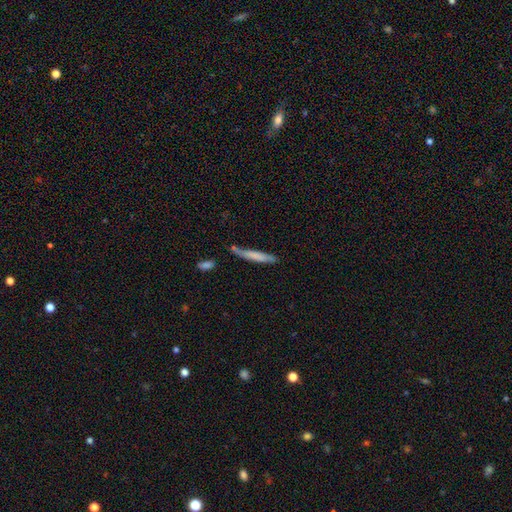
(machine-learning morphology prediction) A smooth galaxy with no disk features (66%) that is cigar-shaped (93%).

Vote fractions:
- Smooth or featured? smooth: 66% / featured or disk: 27% / star or artifact: 6%
- How rounded? cigar-shaped: 93% / in between: 6% / round: 1%
- Merging? none: 64% / minor disturbance: 23% / merger: 8% / major disturbance: 6%